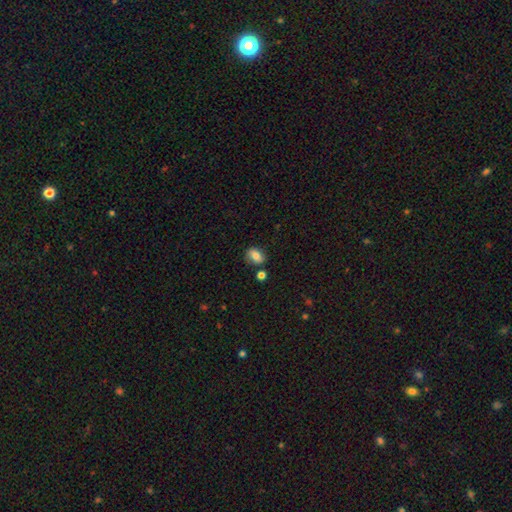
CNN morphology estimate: Smooth or featured? smooth (76%)
How rounded? in between (71%)
Merging? none (72%)